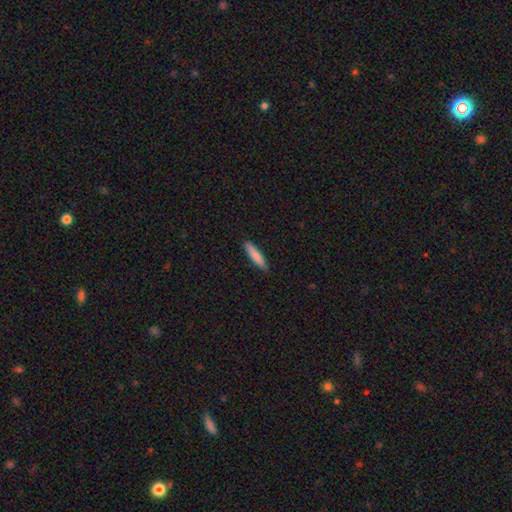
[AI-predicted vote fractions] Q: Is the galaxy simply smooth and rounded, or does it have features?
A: smooth — 83%.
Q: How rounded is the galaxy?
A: cigar-shaped — 86%.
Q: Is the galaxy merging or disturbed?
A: none — 87%.